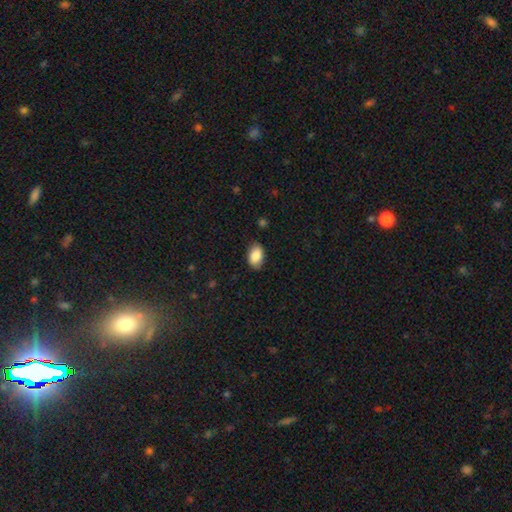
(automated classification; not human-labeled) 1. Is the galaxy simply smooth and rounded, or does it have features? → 88% smooth, 7% star or artifact, 5% featured or disk.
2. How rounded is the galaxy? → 90% in between, 9% round, 1% cigar-shaped.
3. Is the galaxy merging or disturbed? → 86% none, 11% minor disturbance, 2% major disturbance, 1% merger.